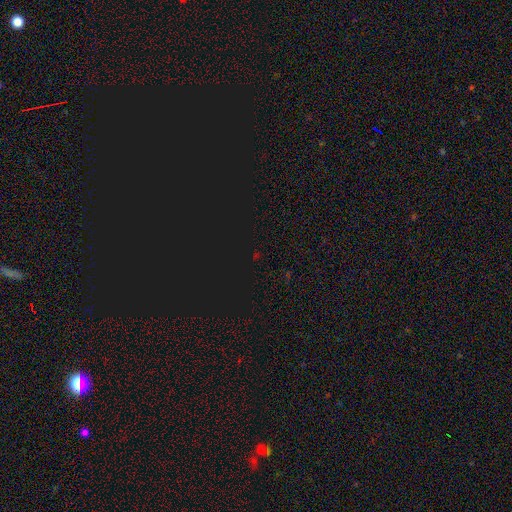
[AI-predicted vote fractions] smooth_or_featured: star or artifact (p=0.78) [alt: smooth p=0.15]